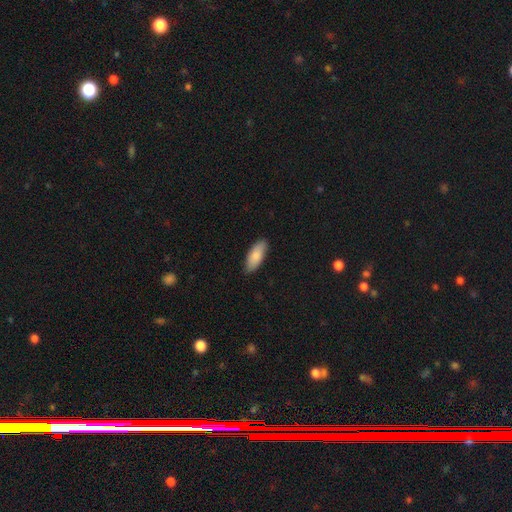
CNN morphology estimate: type=smooth (86%); roundness=in between (81%); merging=none (87%).